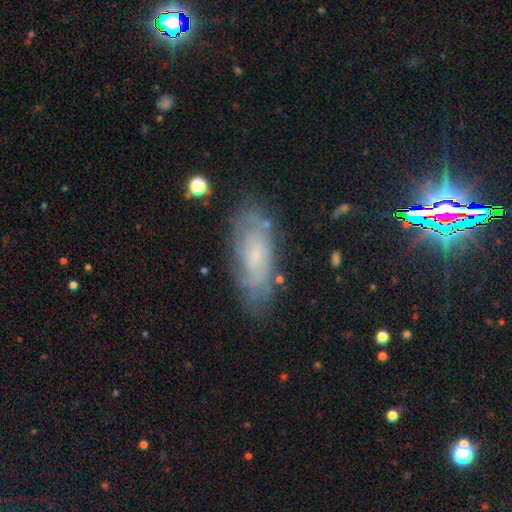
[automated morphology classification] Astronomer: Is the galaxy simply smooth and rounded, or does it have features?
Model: featured or disk — 58%.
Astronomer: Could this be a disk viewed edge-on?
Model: no — 87%.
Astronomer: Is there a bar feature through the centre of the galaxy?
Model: no — 67%.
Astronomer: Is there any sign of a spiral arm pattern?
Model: yes — 80%.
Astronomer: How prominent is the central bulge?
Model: small — 58%.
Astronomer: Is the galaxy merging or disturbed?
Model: none — 74%.